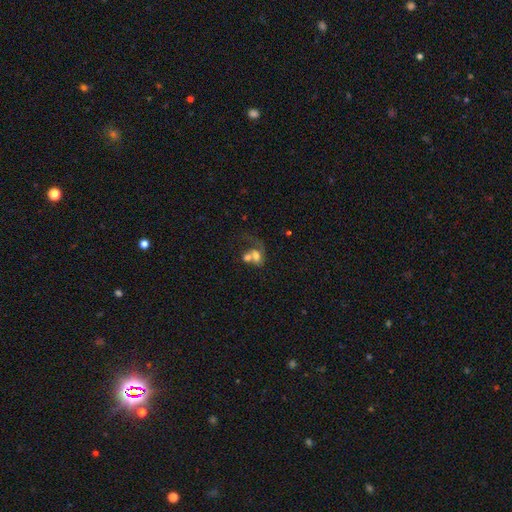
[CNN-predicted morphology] This is possibly a smooth galaxy (50%). How rounded: likely in between (63%). Merging: likely merger (64%).